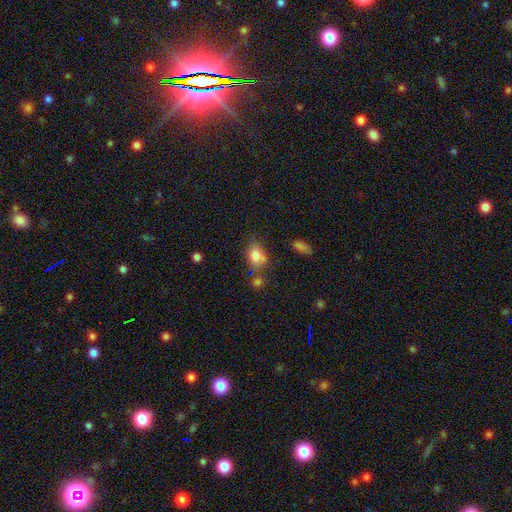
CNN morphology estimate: smooth 80%, featured or disk 11%, star or artifact 10%. Down the decision tree: how rounded — in between (71%); merging — none (57%).